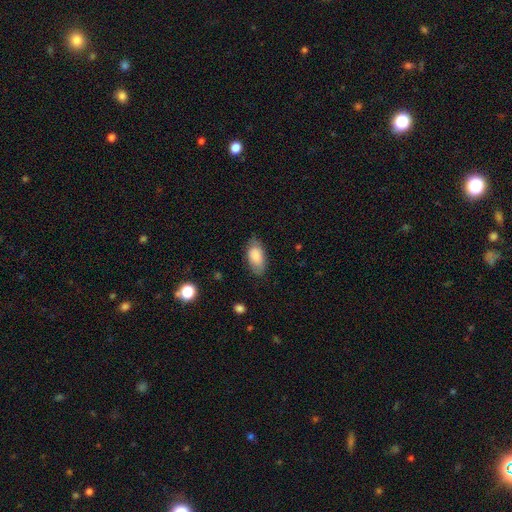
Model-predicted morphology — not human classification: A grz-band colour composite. It shows a smooth galaxy with no disk features (82%) that is in between round and cigar-shaped (93%). Merging: none (75%).